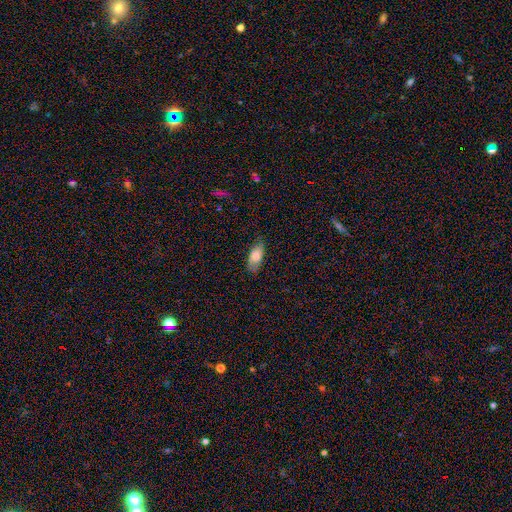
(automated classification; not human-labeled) A smooth galaxy with no disk features (71%) that is in between round and cigar-shaped (84%). Merging: none (75%).